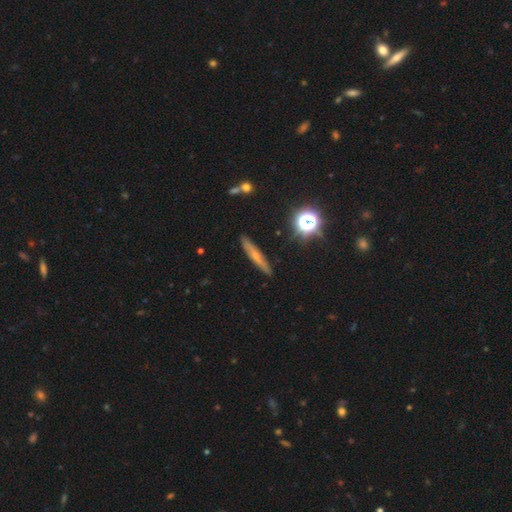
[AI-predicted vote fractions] Morphology: type=smooth (48%); merging=none (88%).